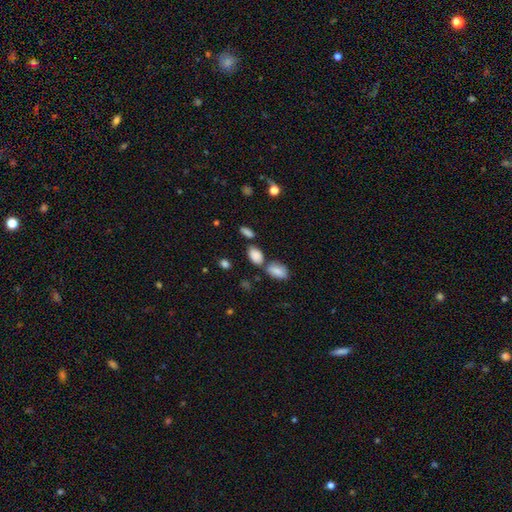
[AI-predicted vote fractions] A smooth galaxy with no disk features (84%) that is in between round and cigar-shaped (89%). Merging: none (62%).